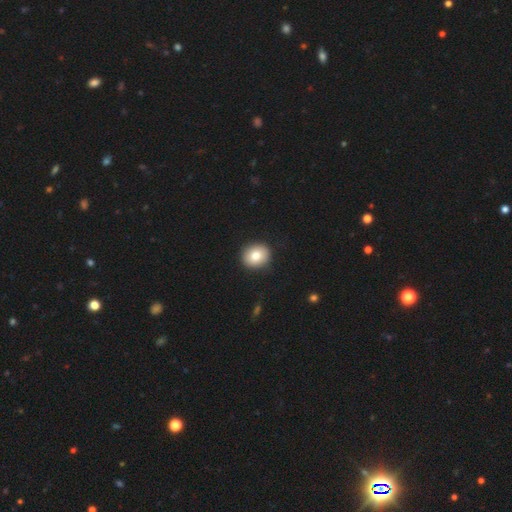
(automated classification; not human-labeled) A smooth galaxy with no disk features (83%) that is round (73%).

Vote fractions:
- Smooth or featured? smooth: 83% / featured or disk: 9% / star or artifact: 8%
- How rounded? round: 73% / in between: 26% / cigar-shaped: 1%
- Merging? none: 90% / minor disturbance: 7% / major disturbance: 2% / merger: 1%